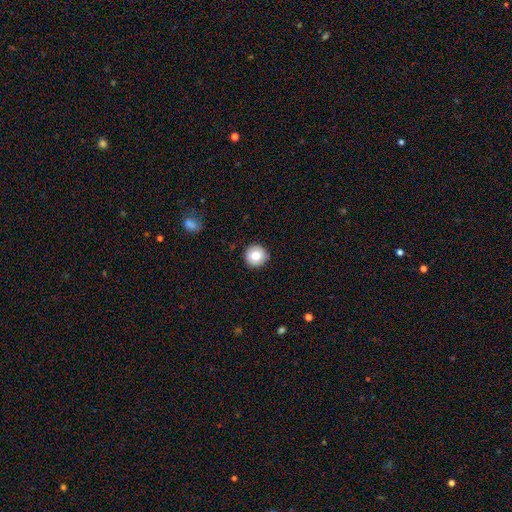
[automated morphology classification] Q: Smooth or featured?
A: smooth (77%); runner-up: featured or disk (14%)
Q: How rounded?
A: round (96%); runner-up: in between (3%)
Q: Merging?
A: none (91%); runner-up: minor disturbance (7%)